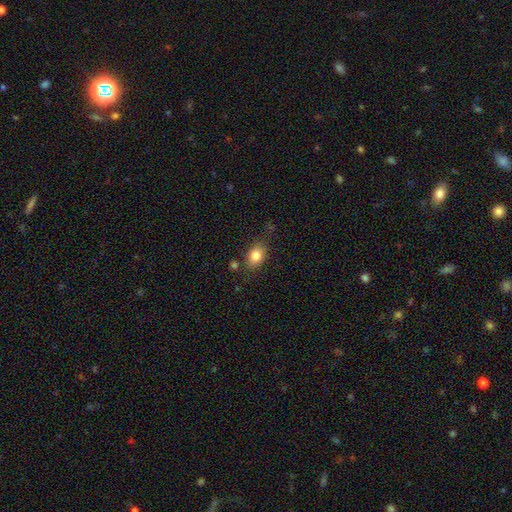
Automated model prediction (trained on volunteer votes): Smooth or featured? Predicted: smooth (p=0.83). How rounded? Predicted: in between (p=0.75). Merging? Predicted: none (p=0.74).